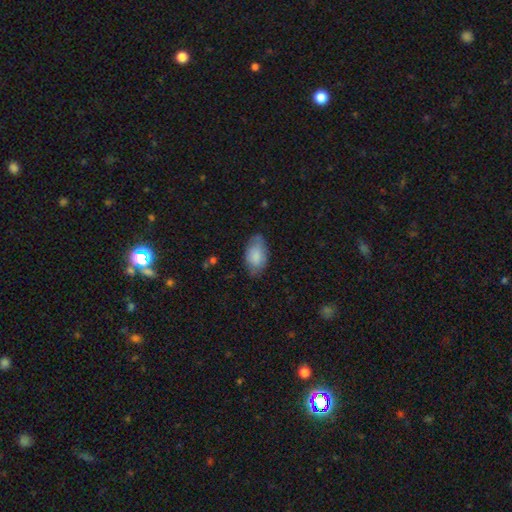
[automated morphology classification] Q: Smooth or featured?
A: smooth (83%); runner-up: featured or disk (11%)
Q: How rounded?
A: in between (94%); runner-up: round (4%)
Q: Merging?
A: none (68%); runner-up: minor disturbance (25%)